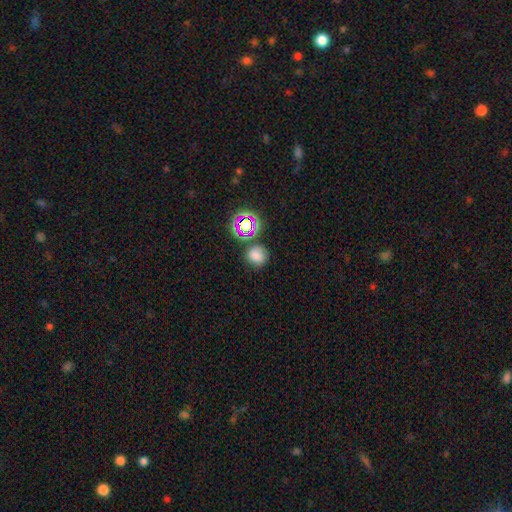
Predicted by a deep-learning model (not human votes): Smooth or featured: smooth — 72% (star or artifact — 20%)
How rounded: round — 74% (in between — 25%)
Merging: none — 69% (minor disturbance — 14%)